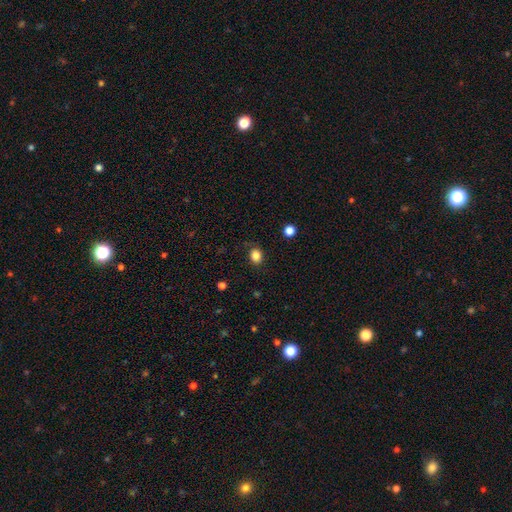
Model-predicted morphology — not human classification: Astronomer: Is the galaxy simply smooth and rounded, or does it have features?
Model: smooth — 84%.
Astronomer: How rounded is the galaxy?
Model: round — 55% (runner-up: in between, 44%).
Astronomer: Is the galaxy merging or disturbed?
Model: none — 83%.